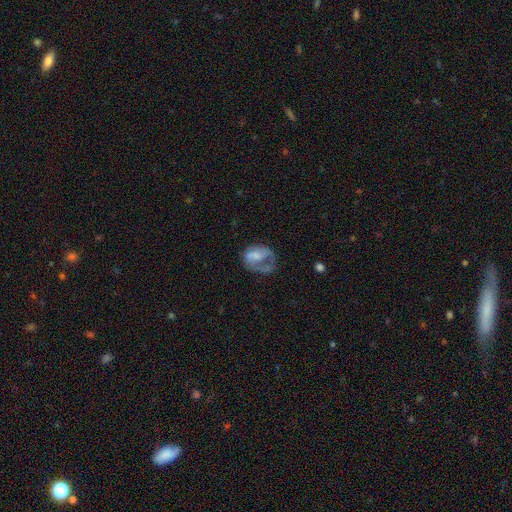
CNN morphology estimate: Smooth or featured? featured or disk (49%)
Merging? major disturbance (45%)